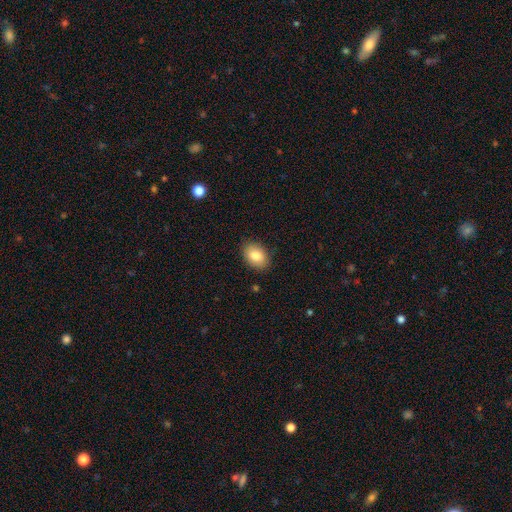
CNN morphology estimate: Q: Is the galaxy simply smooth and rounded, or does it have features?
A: smooth — 84%.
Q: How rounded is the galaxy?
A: in between — 83%.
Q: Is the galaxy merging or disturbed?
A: none — 87%.